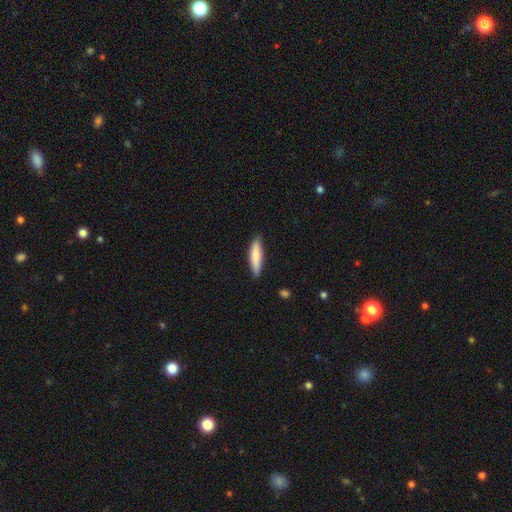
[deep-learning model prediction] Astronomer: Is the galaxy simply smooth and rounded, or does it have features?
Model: smooth — 80%.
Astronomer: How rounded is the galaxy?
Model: cigar-shaped — 77%.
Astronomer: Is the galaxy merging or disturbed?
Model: none — 86%.